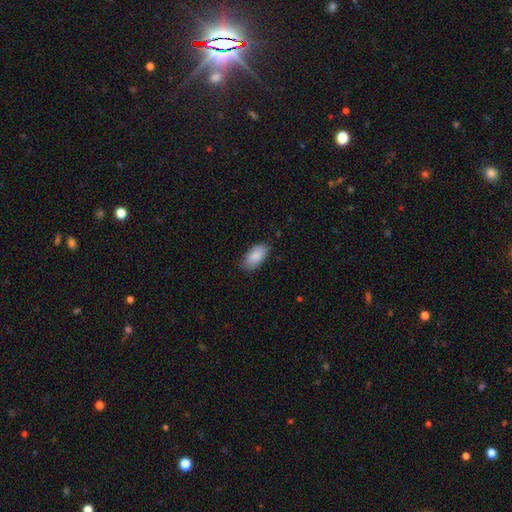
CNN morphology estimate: smooth 89%, star or artifact 6%, featured or disk 5%. Down the decision tree: how rounded — in between (94%); merging — none (80%).